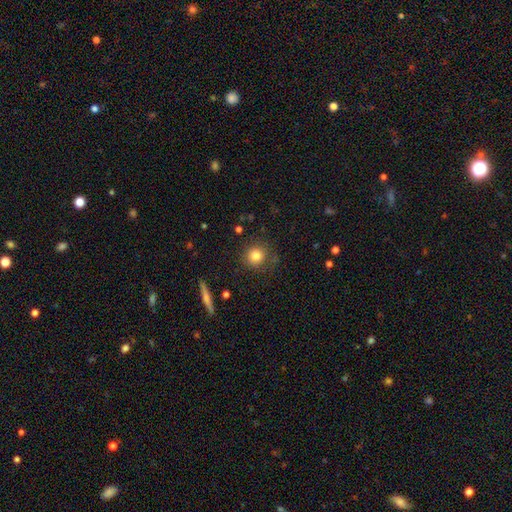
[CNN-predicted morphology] The model was most divided on "smooth or featured": smooth: 82%, star or artifact: 11%, featured or disk: 7%. More confident: how rounded — round (91%); merging — none (83%).